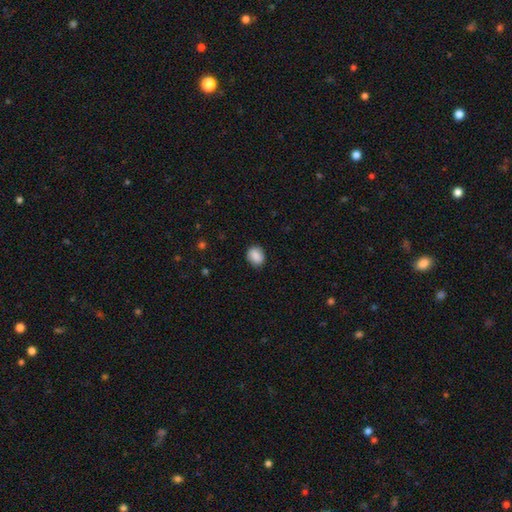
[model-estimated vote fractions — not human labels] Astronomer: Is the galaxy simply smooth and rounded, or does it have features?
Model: smooth — 86%.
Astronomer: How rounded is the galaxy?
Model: round — 53% (runner-up: in between, 46%).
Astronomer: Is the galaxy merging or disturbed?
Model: none — 85%.